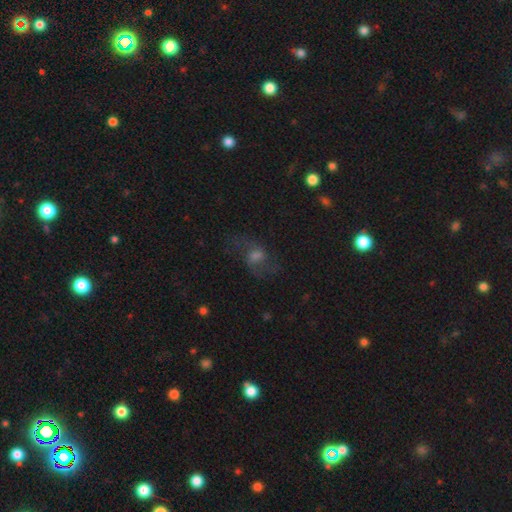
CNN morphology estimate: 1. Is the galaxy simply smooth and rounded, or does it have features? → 55% featured or disk, 29% smooth, 16% star or artifact.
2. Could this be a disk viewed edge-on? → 94% no, 6% yes.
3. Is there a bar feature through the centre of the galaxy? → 49% weak, 38% no, 13% strong.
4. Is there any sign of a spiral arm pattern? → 78% yes, 22% no.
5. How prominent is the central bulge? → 42% moderate, 30% small, 13% none, 13% large, 2% dominant.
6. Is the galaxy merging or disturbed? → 58% none, 21% major disturbance, 18% minor disturbance, 3% merger.